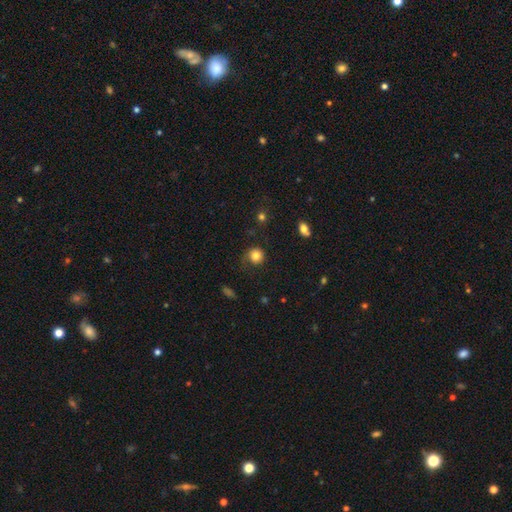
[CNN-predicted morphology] A smooth galaxy with no disk features (79%) that is round (87%). Merging: none (59%).